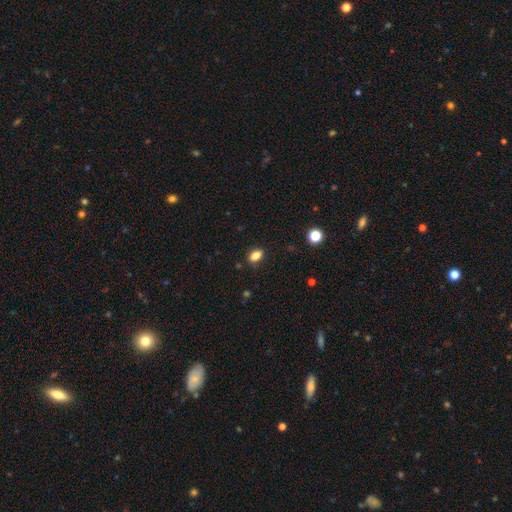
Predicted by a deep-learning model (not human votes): This is clearly a smooth galaxy (84%). How rounded: clearly in between (83%). Merging: clearly none (86%).